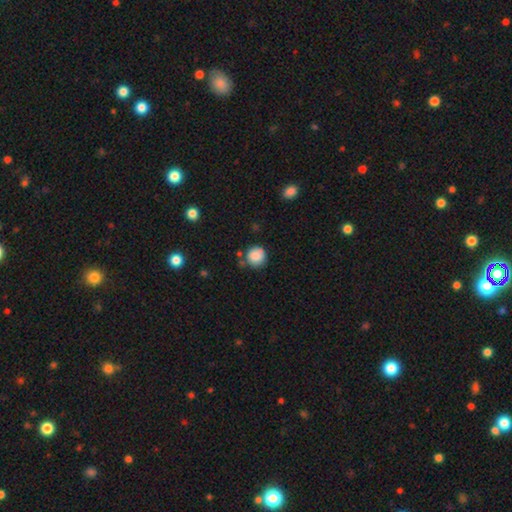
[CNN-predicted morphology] Smooth or featured?
  - smooth: 85% *
  - star or artifact: 9%
  - featured or disk: 6%
How rounded?
  - round: 93% *
  - in between: 7%
  - cigar-shaped: 1%
Merging?
  - none: 71% *
  - minor disturbance: 18%
  - merger: 6%
  - major disturbance: 4%